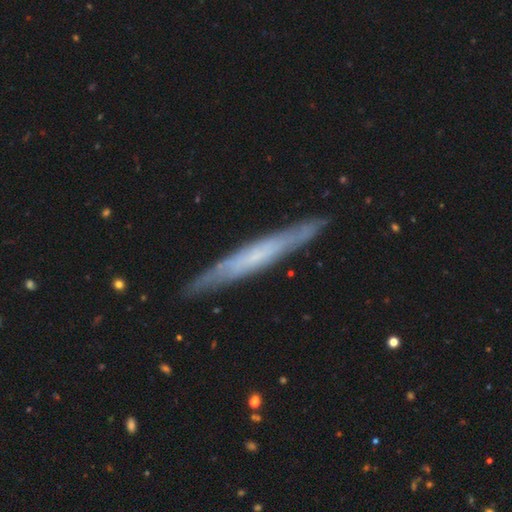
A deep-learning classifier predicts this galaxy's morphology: Smooth or featured? featured or disk (62%)
Edge-on disk? yes (87%)
Edge-on bulge? none (75%)
Merging? none (87%)